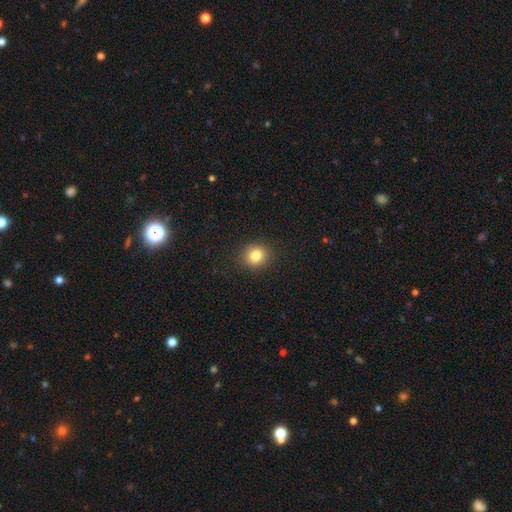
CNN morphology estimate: The model was most divided on "how rounded": round: 81%, in between: 18%, cigar-shaped: 1%. More confident: merging — none (90%); smooth or featured — smooth (82%).